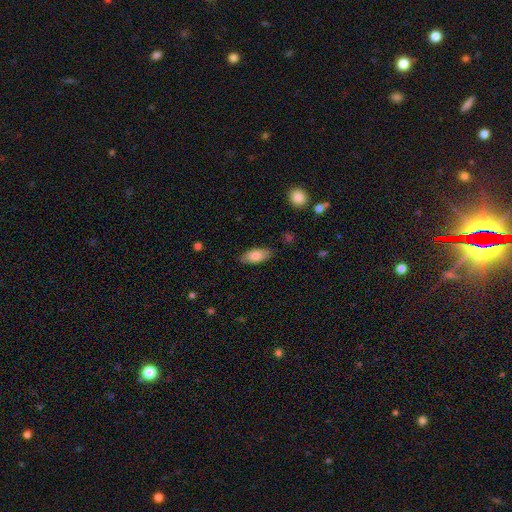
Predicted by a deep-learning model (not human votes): Overall: smooth (83%). How rounded: in between (85%). Merging: none (82%).